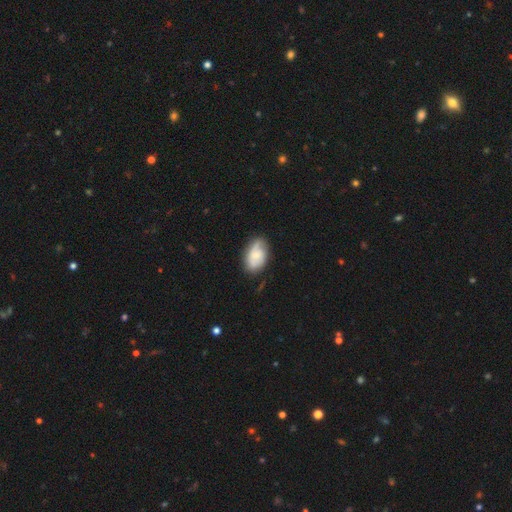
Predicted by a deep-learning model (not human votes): Smooth or featured? smooth (55%)
How rounded? in between (89%)
Merging? none (66%)